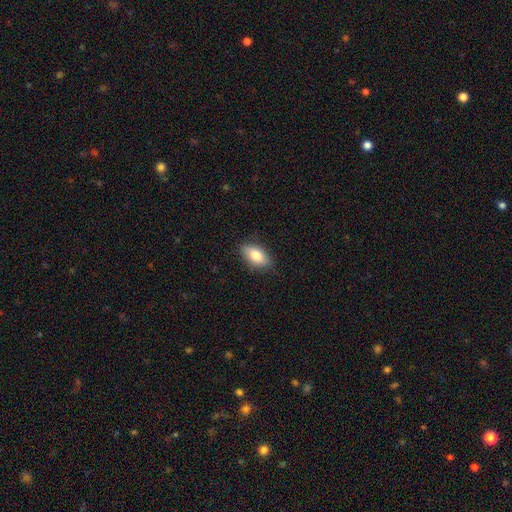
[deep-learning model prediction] Q: Smooth or featured?
A: smooth (79%); runner-up: featured or disk (14%)
Q: How rounded?
A: in between (89%); runner-up: cigar-shaped (6%)
Q: Merging?
A: none (84%); runner-up: minor disturbance (12%)